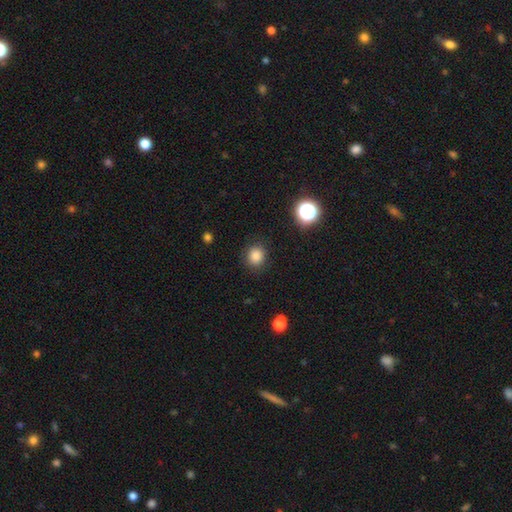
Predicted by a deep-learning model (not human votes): Smooth or featured? smooth (84%)
How rounded? round (85%)
Merging? none (88%)